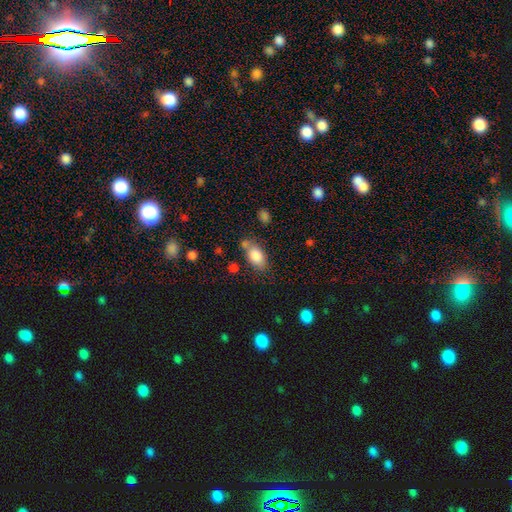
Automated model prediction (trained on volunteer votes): This is clearly a smooth galaxy (84%). How rounded: clearly in between (89%). Merging: likely none (61%).